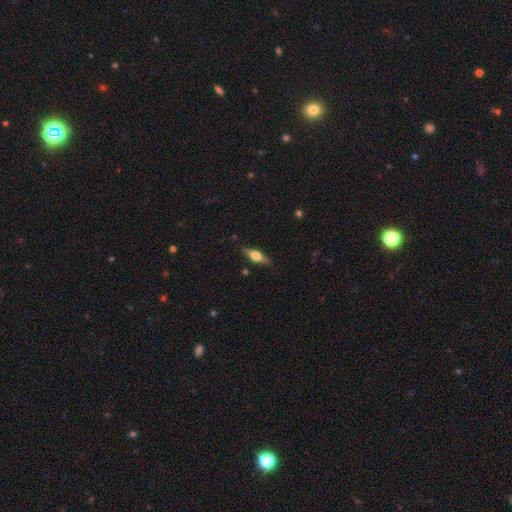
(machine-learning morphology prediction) A smooth galaxy with no disk features (47%).

Vote fractions:
- Smooth or featured? smooth: 47% / featured or disk: 46% / star or artifact: 7%
- Merging? none: 82% / minor disturbance: 14% / major disturbance: 3% / merger: 1%